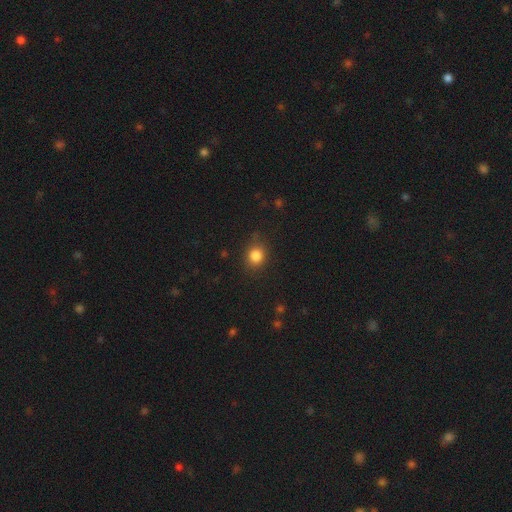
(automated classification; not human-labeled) Q: Smooth or featured?
A: smooth (84%); runner-up: star or artifact (11%)
Q: How rounded?
A: round (75%); runner-up: in between (24%)
Q: Merging?
A: none (82%); runner-up: minor disturbance (13%)